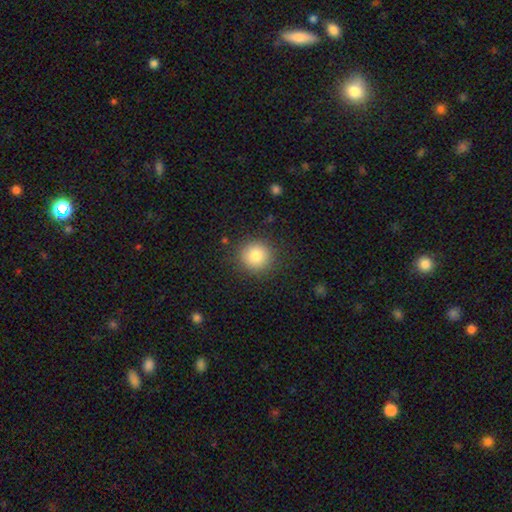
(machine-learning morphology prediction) Overall: smooth (83%). How rounded: round (93%). Merging: none (88%).